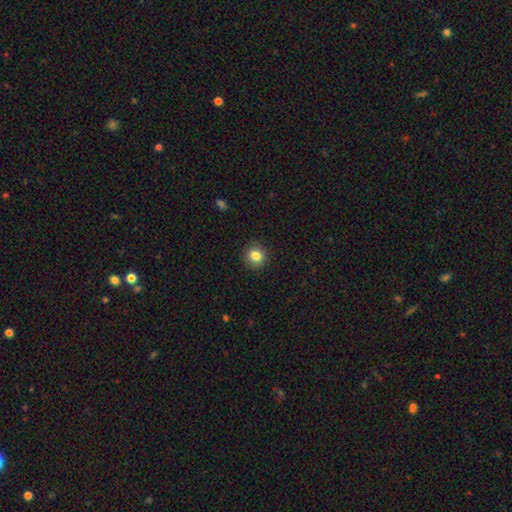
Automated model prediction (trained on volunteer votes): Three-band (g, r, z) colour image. It shows a smooth galaxy with no disk features (84%) that is round (92%). Merging: none (92%).